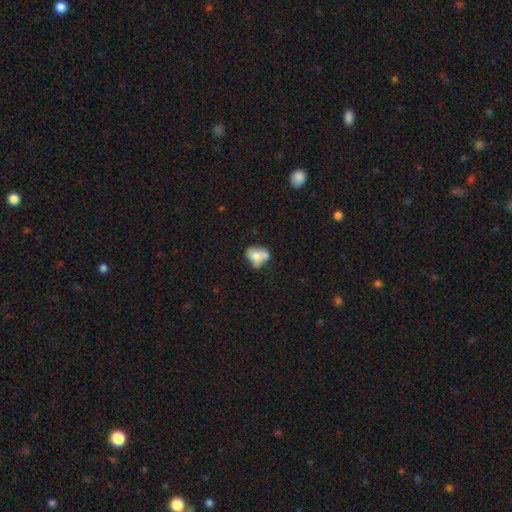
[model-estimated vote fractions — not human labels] A smooth galaxy with no disk features (64%) that is in between round and cigar-shaped (59%). Merging: merger (37%).